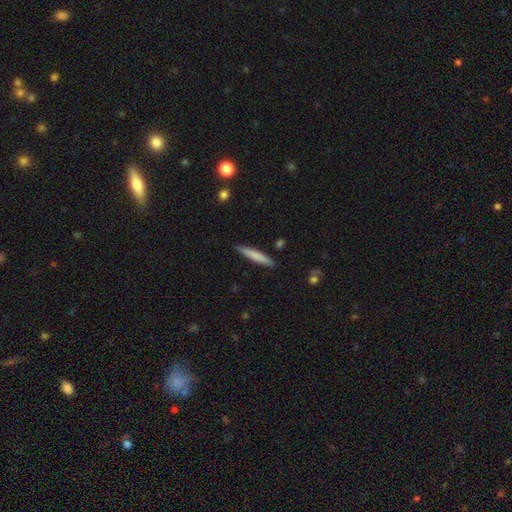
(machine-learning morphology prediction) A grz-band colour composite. It shows a smooth galaxy with no disk features (73%) that is cigar-shaped (92%). Merging: none (88%).